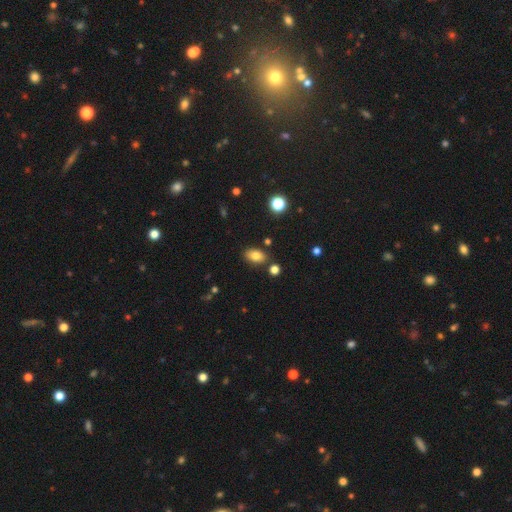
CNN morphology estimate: smooth_or_featured: smooth (p=0.82) [alt: star or artifact p=0.10]
how_rounded: in between (p=0.89) [alt: round p=0.09]
merging: none (p=0.82) [alt: minor disturbance p=0.11]